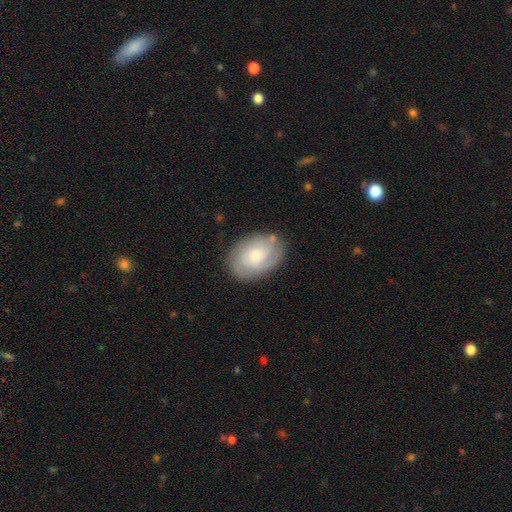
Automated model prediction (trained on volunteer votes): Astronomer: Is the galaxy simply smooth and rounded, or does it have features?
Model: featured or disk — 49% (runner-up: smooth, 44%).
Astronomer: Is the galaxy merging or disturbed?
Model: none — 78%.